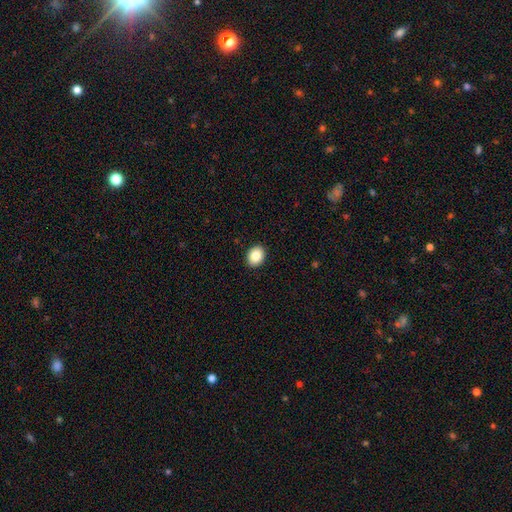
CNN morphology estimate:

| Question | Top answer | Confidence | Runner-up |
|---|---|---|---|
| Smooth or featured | smooth | 86% | star or artifact (8%) |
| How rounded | in between | 59% | round (40%) |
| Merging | none | 91% | minor disturbance (6%) |